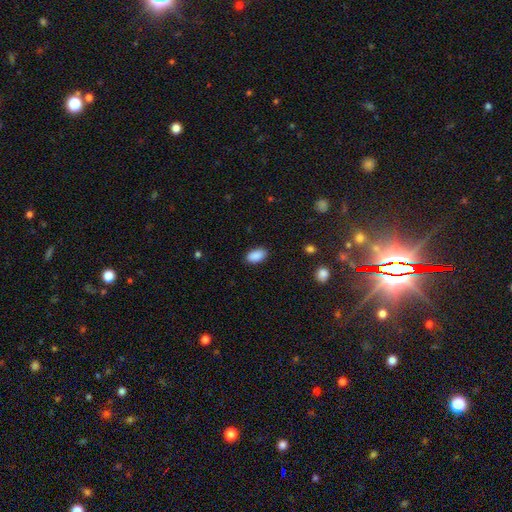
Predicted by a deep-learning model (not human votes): This appears to be a smooth galaxy with no disk features (90%) that is in between round and cigar-shaped (94%). Merging: none (87%).